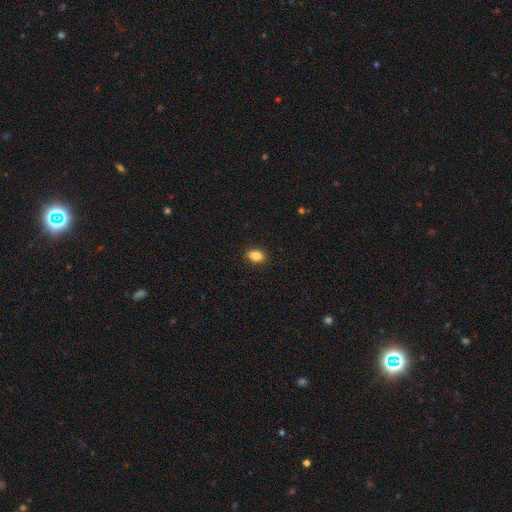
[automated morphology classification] smooth-or-featured: smooth: 88% | star or artifact: 9% | featured or disk: 4%
  how-rounded: in between: 86% | round: 12% | cigar-shaped: 2%
  merging: none: 90% | minor disturbance: 7% | major disturbance: 2% | merger: 1%